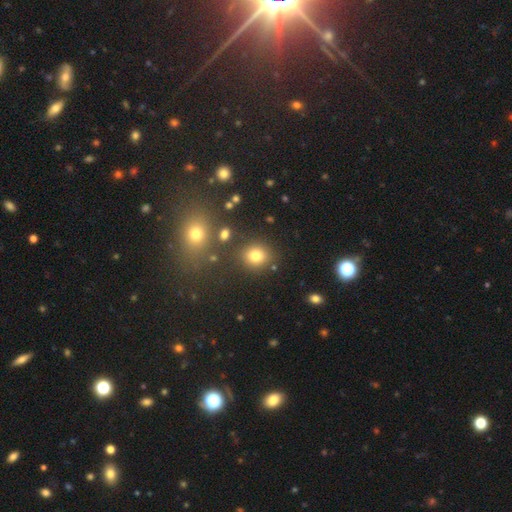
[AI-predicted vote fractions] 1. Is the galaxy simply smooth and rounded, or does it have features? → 79% smooth, 14% star or artifact, 7% featured or disk.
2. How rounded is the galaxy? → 77% round, 22% in between, 1% cigar-shaped.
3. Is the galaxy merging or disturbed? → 80% none, 9% minor disturbance, 7% merger, 4% major disturbance.